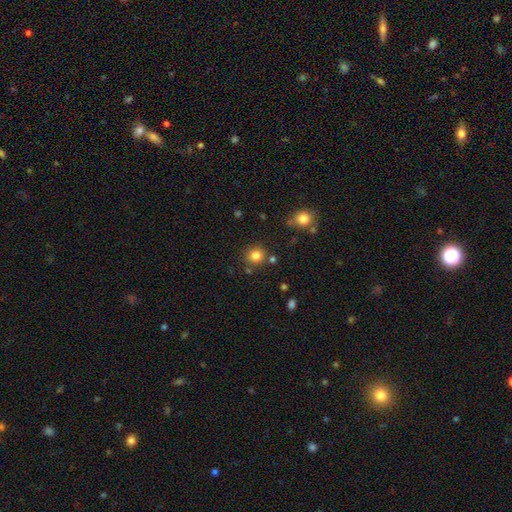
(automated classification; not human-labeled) A smooth galaxy with no disk features (83%) that is round (90%). Merging: none (82%).